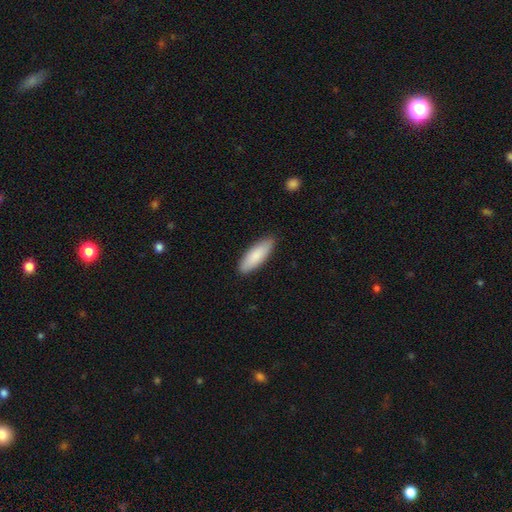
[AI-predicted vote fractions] This appears to be a smooth galaxy with no disk features (87%) that is in between round and cigar-shaped (59%). Merging: none (87%).